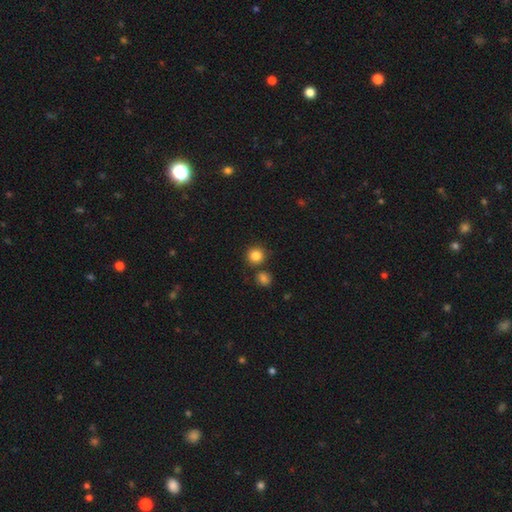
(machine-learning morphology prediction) Q: Smooth or featured?
A: smooth (85%); runner-up: star or artifact (11%)
Q: How rounded?
A: round (91%); runner-up: in between (8%)
Q: Merging?
A: none (80%); runner-up: merger (10%)